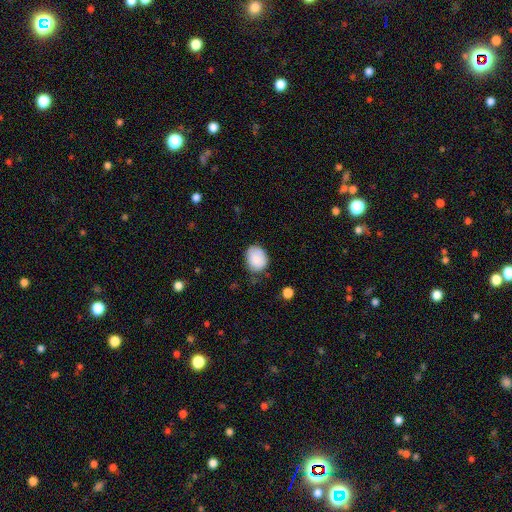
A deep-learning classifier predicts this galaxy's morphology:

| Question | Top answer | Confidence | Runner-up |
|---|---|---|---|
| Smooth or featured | smooth | 84% | featured or disk (8%) |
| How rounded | round | 51% | in between (48%) |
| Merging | none | 67% | minor disturbance (25%) |